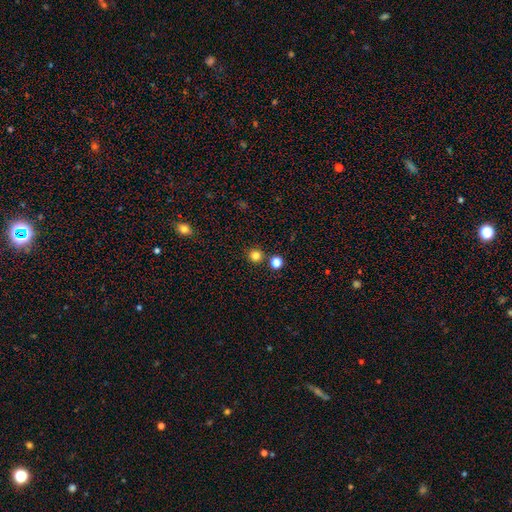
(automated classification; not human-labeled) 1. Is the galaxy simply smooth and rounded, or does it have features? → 81% smooth, 14% star or artifact, 4% featured or disk.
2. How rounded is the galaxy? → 95% round, 5% in between, 1% cigar-shaped.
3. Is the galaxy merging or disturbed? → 86% none, 7% merger, 5% minor disturbance, 2% major disturbance.